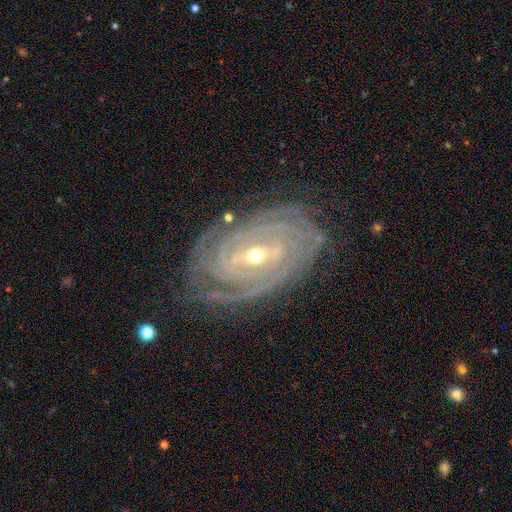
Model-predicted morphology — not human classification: Smooth or featured?
  - featured or disk: 90% *
  - star or artifact: 5%
  - smooth: 4%
Edge-on disk?
  - no: 95% *
  - yes: 5%
Bar?
  - weak: 40% *
  - strong: 36%
  - no: 23%
Spiral arms?
  - yes: 98% *
  - no: 2%
Spiral winding?
  - tight: 85% *
  - medium: 13%
  - loose: 2%
Spiral arm count?
  - can't tell: 22% *
  - 3: 21%
  - 4: 21%
  - 2: 18%
  - more than 4: 11%
  - 1: 7%
Bulge size?
  - small: 51% *
  - moderate: 47%
  - large: 1%
  - none: 1%
  - dominant: 1%
Merging?
  - none: 80% *
  - minor disturbance: 14%
  - major disturbance: 4%
  - merger: 1%